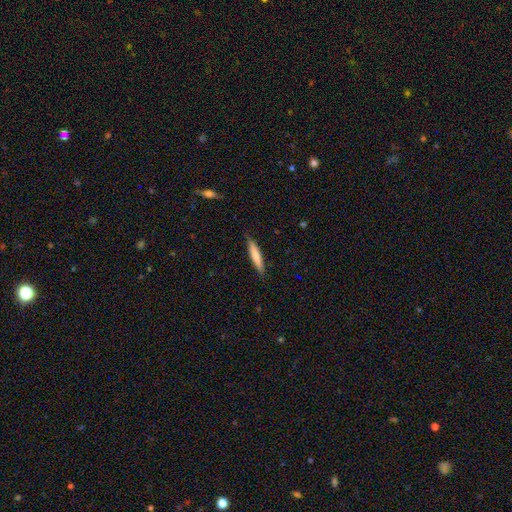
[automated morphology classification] Smooth or featured: smooth — 71% (featured or disk — 24%)
How rounded: cigar-shaped — 90% (in between — 9%)
Merging: none — 87% (minor disturbance — 11%)